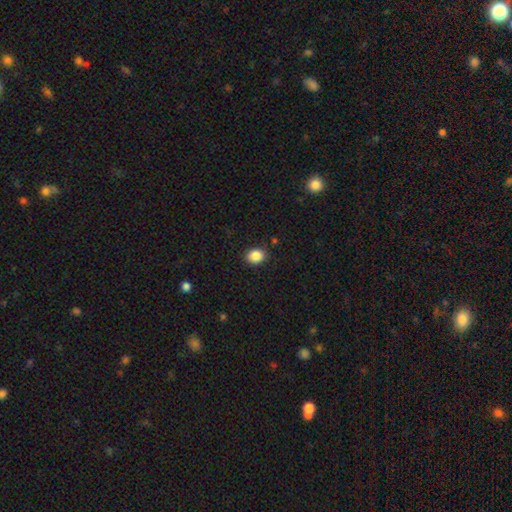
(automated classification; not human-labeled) Smooth or featured? smooth (88%)
How rounded? round (54%)
Merging? none (88%)